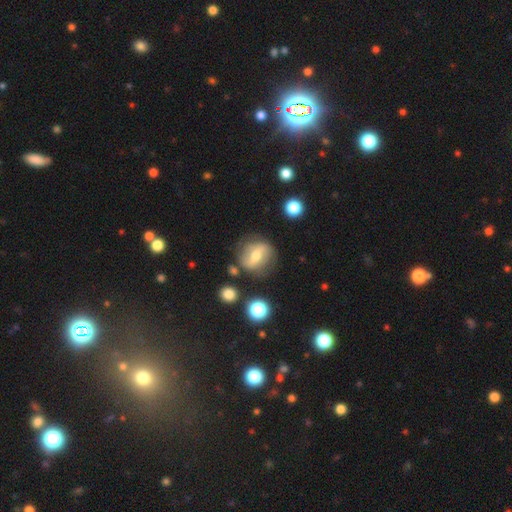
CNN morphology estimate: Smooth or featured? featured or disk (57%)
Edge-on disk? no (92%)
Bar? strong (46%)
Spiral arms? yes (59%)
Bulge size? moderate (67%)
Merging? none (71%)